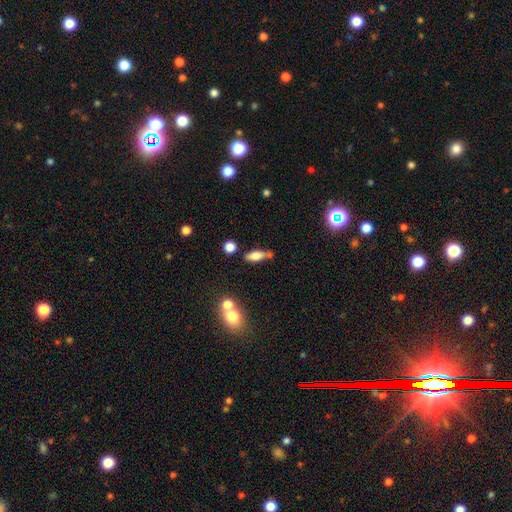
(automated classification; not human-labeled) Overall: smooth (65%; featured or disk 26%). How rounded: in between (60%; cigar-shaped 35%). Merging: none (61%).